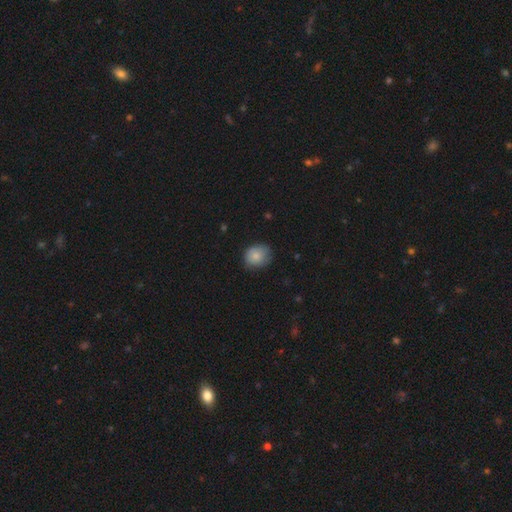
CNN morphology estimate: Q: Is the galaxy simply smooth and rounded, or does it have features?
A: smooth — 83%.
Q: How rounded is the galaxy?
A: round — 67%.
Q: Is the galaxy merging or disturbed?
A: none — 70%.